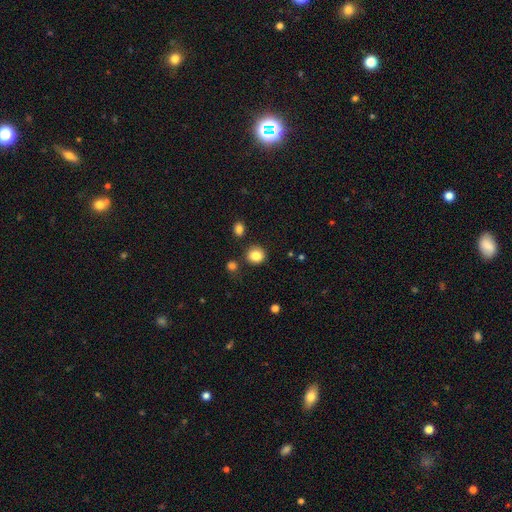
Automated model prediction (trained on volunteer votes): smooth_or_featured: smooth (p=0.84) [alt: star or artifact p=0.10]
how_rounded: round (p=0.85) [alt: in between p=0.14]
merging: none (p=0.84) [alt: minor disturbance p=0.09]